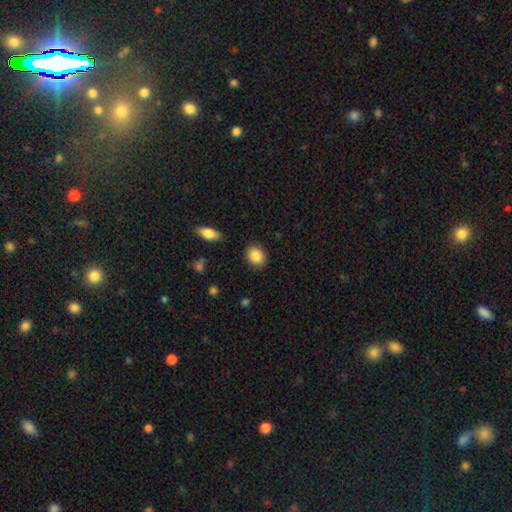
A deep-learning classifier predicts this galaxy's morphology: smooth 88%, star or artifact 8%, featured or disk 4%. Down the decision tree: how rounded — round (57%); merging — none (87%).